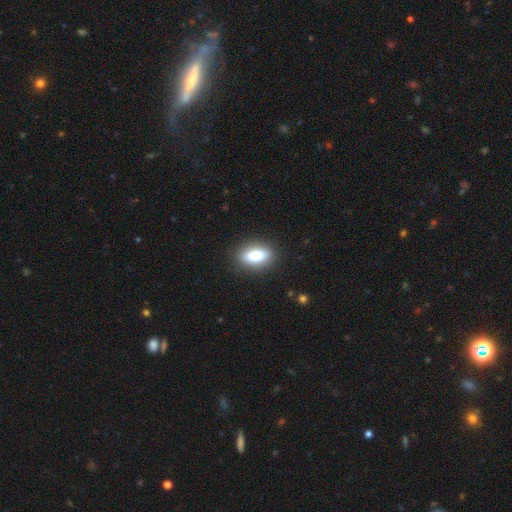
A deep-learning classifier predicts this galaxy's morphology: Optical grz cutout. It shows a smooth galaxy with no disk features (81%) that is in between round and cigar-shaped (82%). Merging: none (88%).